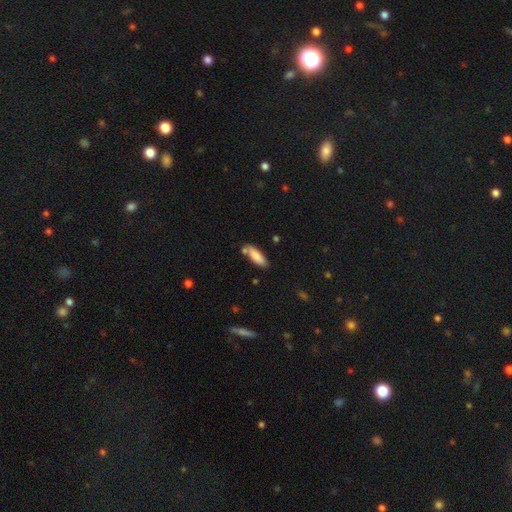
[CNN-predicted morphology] A smooth galaxy with no disk features (83%) that is in between round and cigar-shaped (55%).

Vote fractions:
- Smooth or featured? smooth: 83% / featured or disk: 11% / star or artifact: 6%
- How rounded? in between: 55% / cigar-shaped: 44% / round: 2%
- Merging? none: 72% / minor disturbance: 16% / merger: 10% / major disturbance: 3%